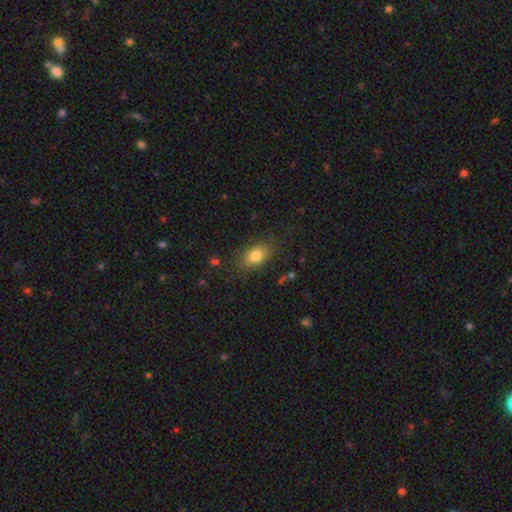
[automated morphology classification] Smooth or featured?
  - smooth: 81% *
  - featured or disk: 10%
  - star or artifact: 10%
How rounded?
  - in between: 82% *
  - round: 15%
  - cigar-shaped: 3%
Merging?
  - none: 81% *
  - minor disturbance: 13%
  - major disturbance: 4%
  - merger: 2%